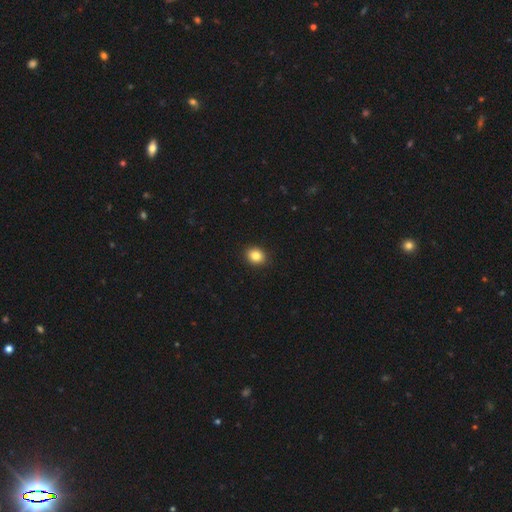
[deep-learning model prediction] Smooth or featured? Predicted: smooth (p=0.85). How rounded? Predicted: round (p=0.58). Merging? Predicted: none (p=0.91).